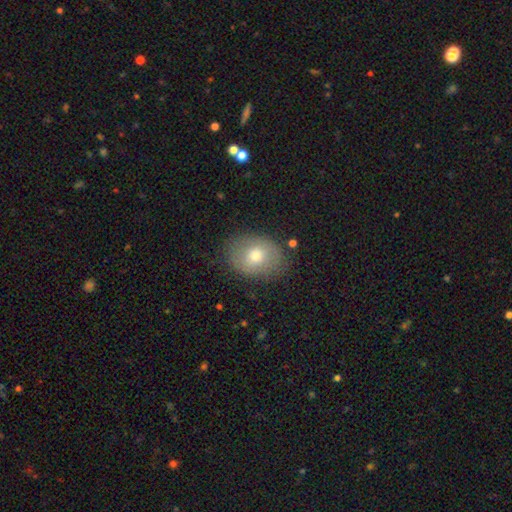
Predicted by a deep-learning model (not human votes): A smooth galaxy with no disk features (71%) that is in between round and cigar-shaped (63%).

Vote fractions:
- Smooth or featured? smooth: 71% / featured or disk: 21% / star or artifact: 8%
- How rounded? in between: 63% / round: 36% / cigar-shaped: 1%
- Merging? none: 80% / minor disturbance: 14% / major disturbance: 4% / merger: 2%